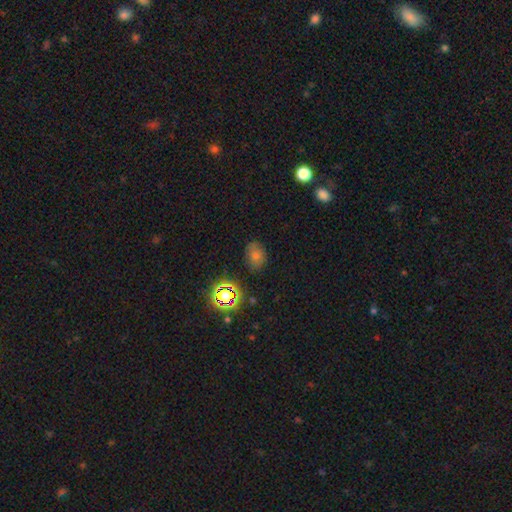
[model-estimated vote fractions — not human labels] Morphology: type=smooth (60%); roundness=in between (67%); merging=none (75%).